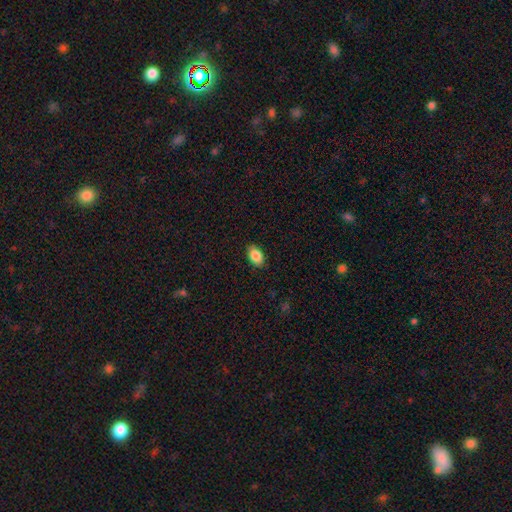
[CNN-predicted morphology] Smooth or featured? Predicted: smooth (p=0.87). How rounded? Predicted: in between (p=0.88). Merging? Predicted: none (p=0.88).